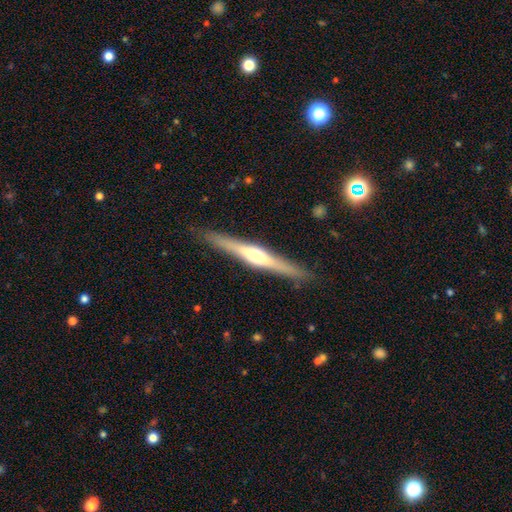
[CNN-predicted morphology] A featured or disk galaxy (71%) viewed edge-on (97%) with a rounded central bulge (88%). Merging: none (89%).